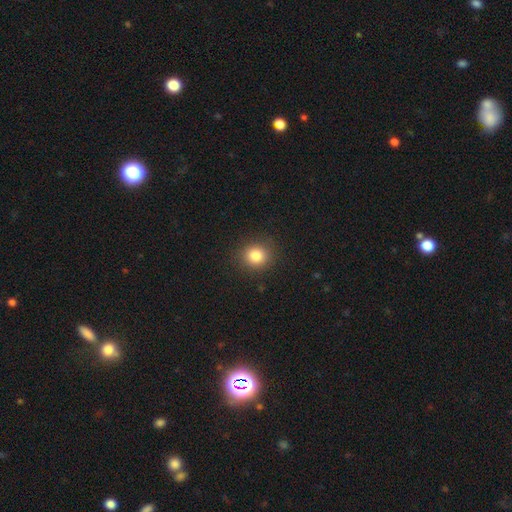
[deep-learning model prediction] Smooth or featured?
  - smooth: 83% *
  - star or artifact: 11%
  - featured or disk: 6%
How rounded?
  - round: 81% *
  - in between: 18%
  - cigar-shaped: 1%
Merging?
  - none: 89% *
  - minor disturbance: 7%
  - major disturbance: 3%
  - merger: 1%